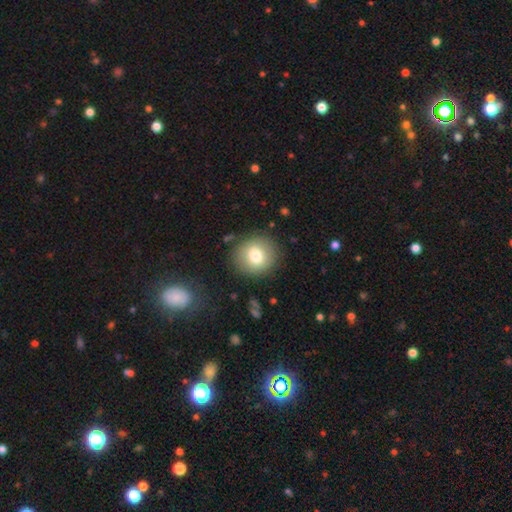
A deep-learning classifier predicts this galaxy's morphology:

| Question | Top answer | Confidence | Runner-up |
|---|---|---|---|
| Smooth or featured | smooth | 75% | featured or disk (16%) |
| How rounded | round | 87% | in between (12%) |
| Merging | none | 86% | minor disturbance (9%) |